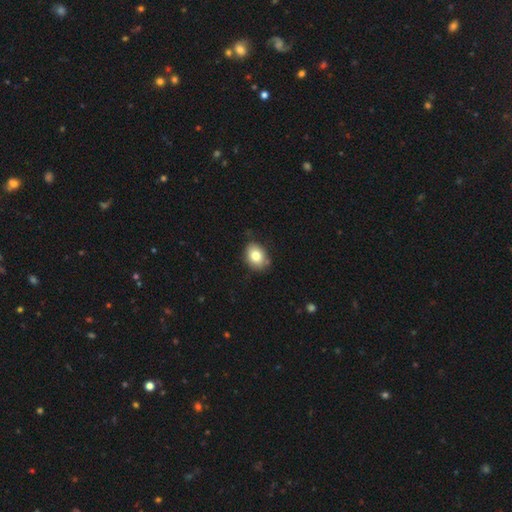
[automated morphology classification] Smooth or featured: smooth — 80% (featured or disk — 12%)
How rounded: in between — 67% (round — 32%)
Merging: none — 77% (minor disturbance — 18%)